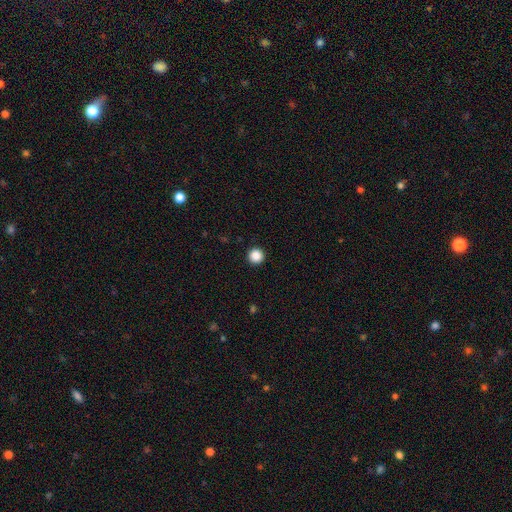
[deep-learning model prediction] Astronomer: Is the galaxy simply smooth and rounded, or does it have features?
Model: smooth — 87%.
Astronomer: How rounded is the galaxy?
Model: round — 96%.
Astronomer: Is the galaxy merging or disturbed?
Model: none — 94%.